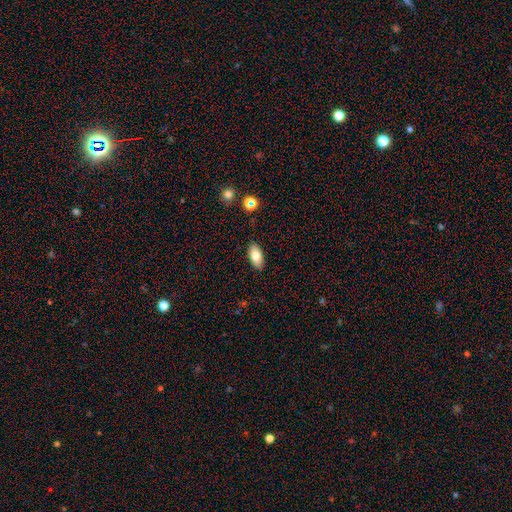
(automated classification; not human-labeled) Q: Smooth or featured?
A: smooth (79%); runner-up: featured or disk (13%)
Q: How rounded?
A: in between (91%); runner-up: cigar-shaped (6%)
Q: Merging?
A: none (88%); runner-up: minor disturbance (9%)